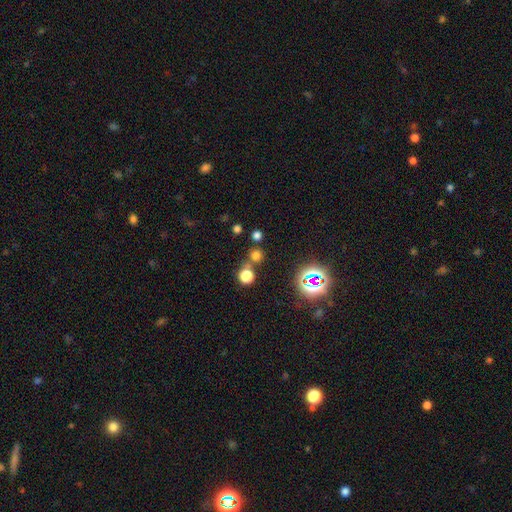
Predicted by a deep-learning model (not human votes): Smooth or featured: smooth — 63% (star or artifact — 31%)
How rounded: round — 91% (in between — 8%)
Merging: none — 69% (merger — 21%)